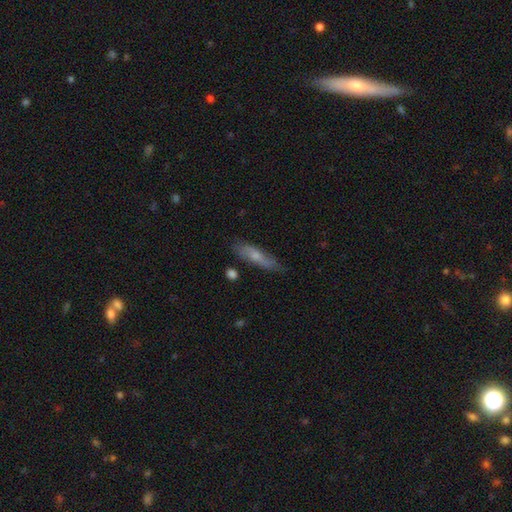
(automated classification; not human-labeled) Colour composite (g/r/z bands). It shows a smooth galaxy with no disk features (56%) that is cigar-shaped (69%). Merging: none (73%).